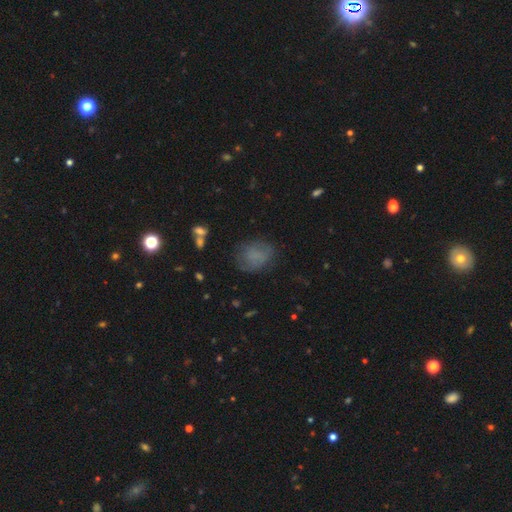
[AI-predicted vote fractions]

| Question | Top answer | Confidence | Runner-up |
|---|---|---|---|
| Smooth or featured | smooth | 68% | featured or disk (19%) |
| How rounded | in between | 50% | round (48%) |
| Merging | none | 67% | minor disturbance (21%) |